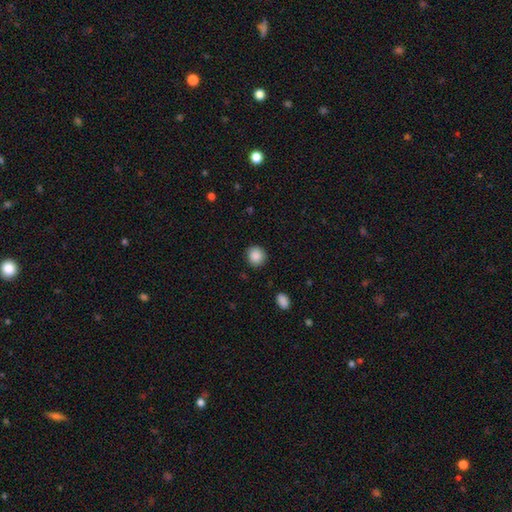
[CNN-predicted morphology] This appears to be a smooth galaxy with no disk features (88%) that is round (88%). Merging: none (88%).